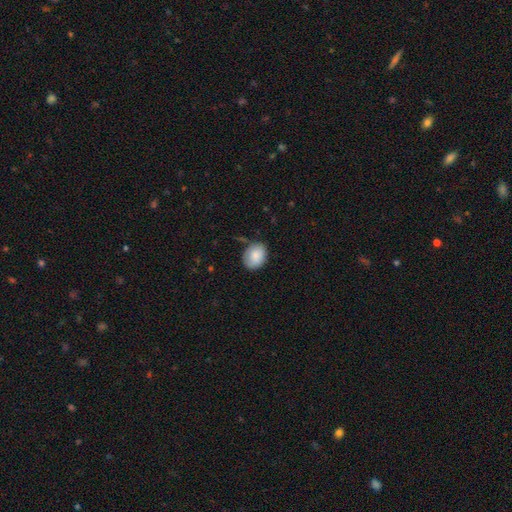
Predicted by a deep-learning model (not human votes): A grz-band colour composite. It shows a smooth galaxy with no disk features (85%) that is in between round and cigar-shaped (56%). Merging: none (73%).